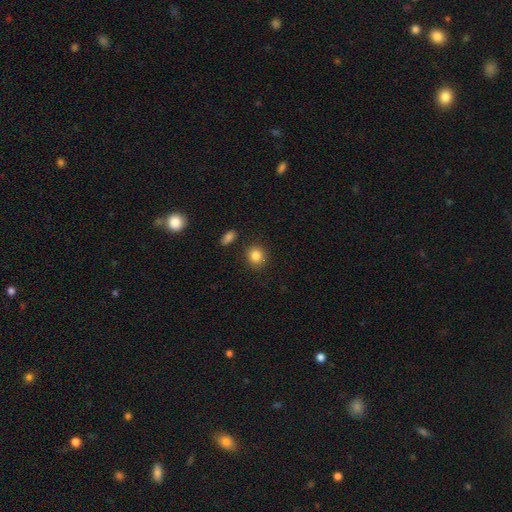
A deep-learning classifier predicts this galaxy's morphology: Smooth or featured: smooth — 84% (star or artifact — 10%)
How rounded: round — 82% (in between — 17%)
Merging: none — 87% (minor disturbance — 8%)